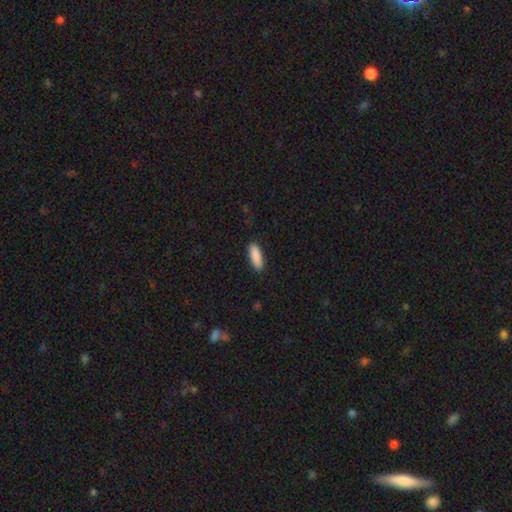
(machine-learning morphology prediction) A smooth galaxy with no disk features (90%) that is in between round and cigar-shaped (57%). Merging: none (89%).